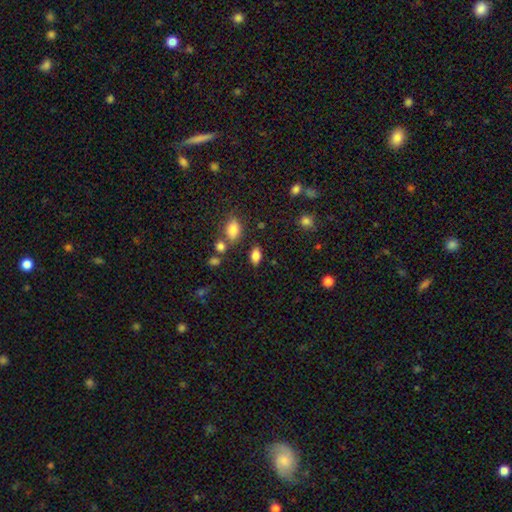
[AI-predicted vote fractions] Smooth or featured? smooth (83%)
How rounded? in between (89%)
Merging? none (79%)